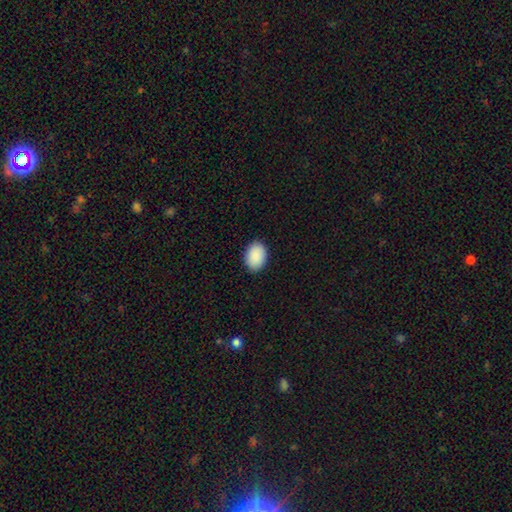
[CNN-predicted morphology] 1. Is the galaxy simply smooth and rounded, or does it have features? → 91% smooth, 6% star or artifact, 3% featured or disk.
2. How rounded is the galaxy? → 83% in between, 16% round, 1% cigar-shaped.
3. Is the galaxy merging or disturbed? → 90% none, 8% minor disturbance, 2% major disturbance, 1% merger.